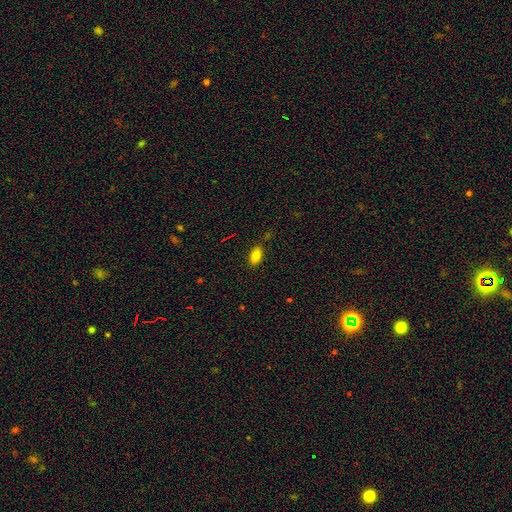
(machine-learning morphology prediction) This is clearly a smooth galaxy (81%). How rounded: clearly in between (89%). Merging: clearly none (83%).